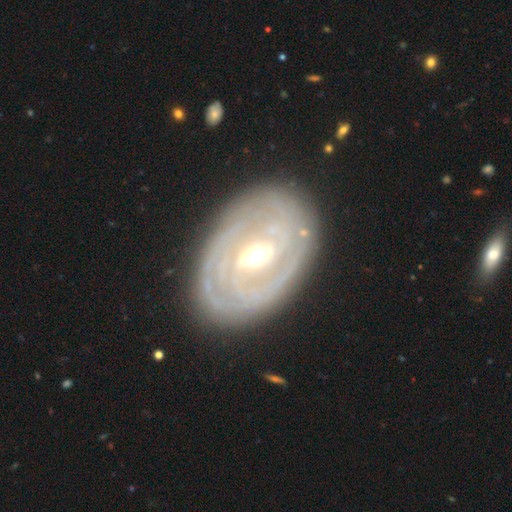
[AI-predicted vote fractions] smooth-or-featured: featured or disk: 83% | smooth: 12% | star or artifact: 5%
  disk-edge-on: no: 95% | yes: 5%
    bar: weak: 46% | strong: 34% | no: 21%
    has-spiral-arms: yes: 77% | no: 23%
      spiral-winding: tight: 78% | medium: 16% | loose: 6%
      spiral-arm-count: can't tell: 46% | 2: 25% | 3: 11% | 4: 7% | more than 4: 6% | 1: 5%
    bulge-size: moderate: 70% | small: 21% | large: 6% | dominant: 1% | none: 1%
  merging: none: 81% | minor disturbance: 14% | major disturbance: 4% | merger: 1%